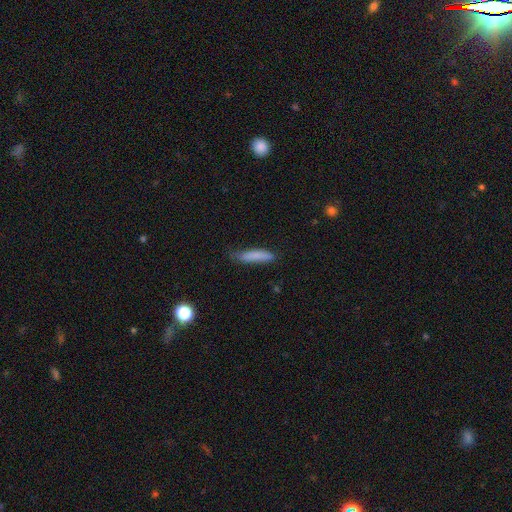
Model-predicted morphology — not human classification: Smooth or featured? smooth (81%)
How rounded? cigar-shaped (83%)
Merging? none (69%)